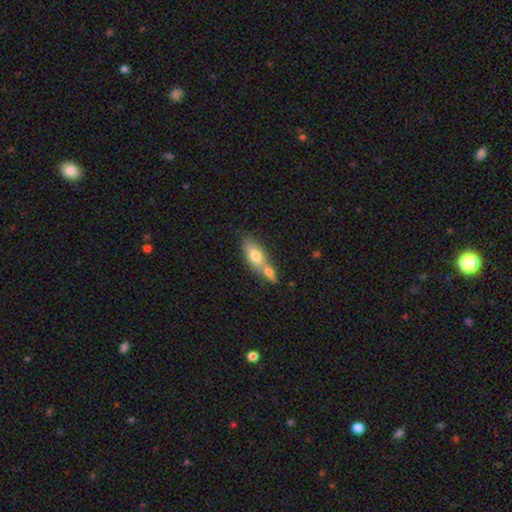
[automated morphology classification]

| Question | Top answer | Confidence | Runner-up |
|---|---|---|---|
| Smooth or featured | smooth | 71% | featured or disk (22%) |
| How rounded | in between | 79% | cigar-shaped (16%) |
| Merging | merger | 57% | none (29%) |